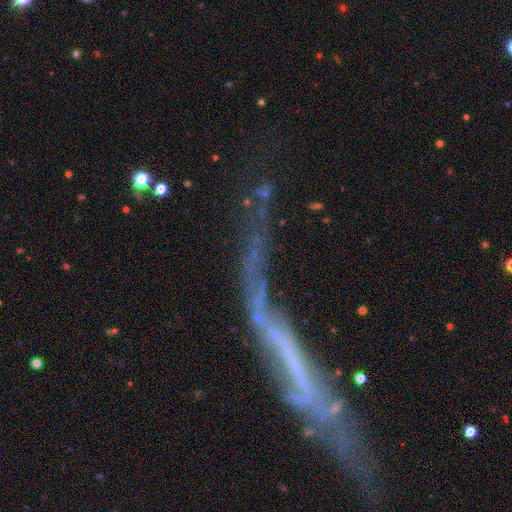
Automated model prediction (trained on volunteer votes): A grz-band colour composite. It shows a featured or disk galaxy (60%). Merging: major disturbance (36%).